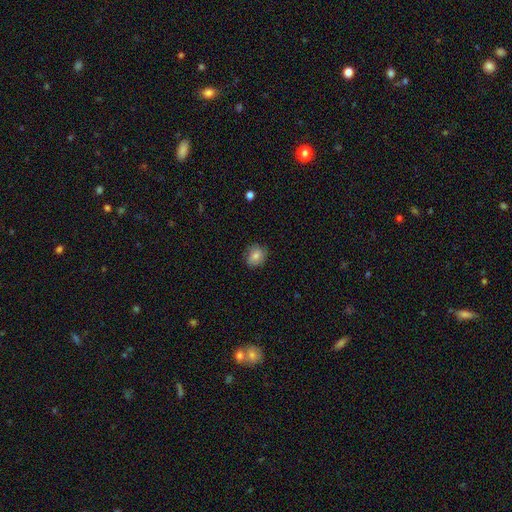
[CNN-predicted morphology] Smooth or featured? smooth (78%)
How rounded? round (71%)
Merging? none (80%)